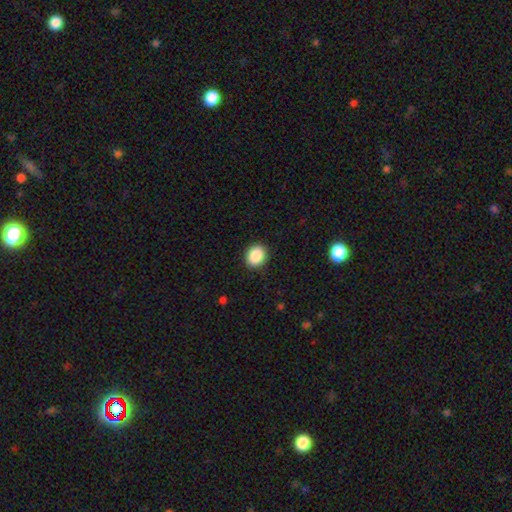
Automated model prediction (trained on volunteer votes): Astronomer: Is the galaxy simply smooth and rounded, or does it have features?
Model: smooth — 88%.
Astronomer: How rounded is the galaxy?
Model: round — 67%.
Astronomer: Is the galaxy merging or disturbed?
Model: none — 90%.